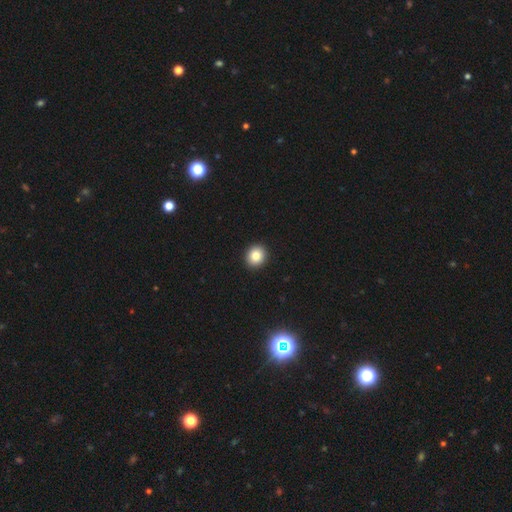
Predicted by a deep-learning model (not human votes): This is clearly a smooth galaxy (85%). How rounded: likely round (78%). Merging: clearly none (93%).